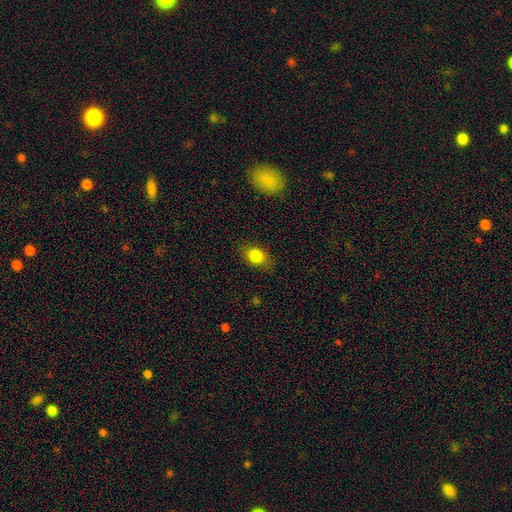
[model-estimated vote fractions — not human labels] Smooth or featured? Predicted: smooth (p=0.84). How rounded? Predicted: in between (p=0.70). Merging? Predicted: none (p=0.81).